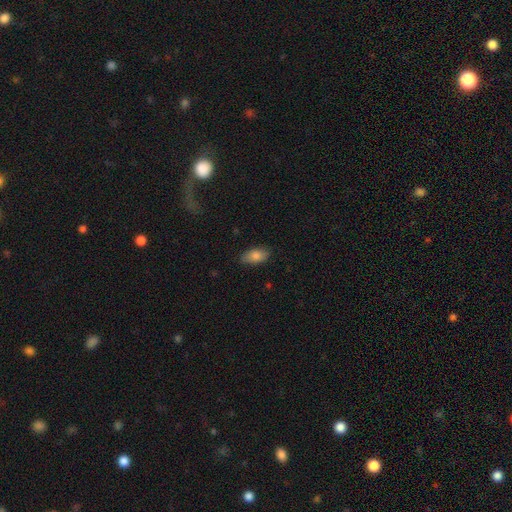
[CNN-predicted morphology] This appears to be a smooth galaxy with no disk features (83%) that is in between round and cigar-shaped (92%). Merging: none (84%).